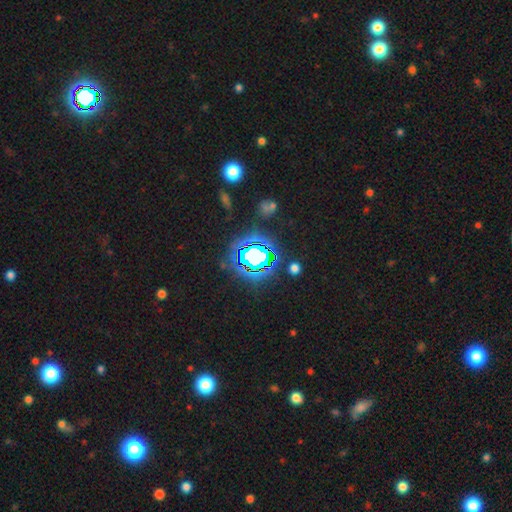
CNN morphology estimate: smooth_or_featured: star or artifact (p=0.68) [alt: smooth p=0.19]